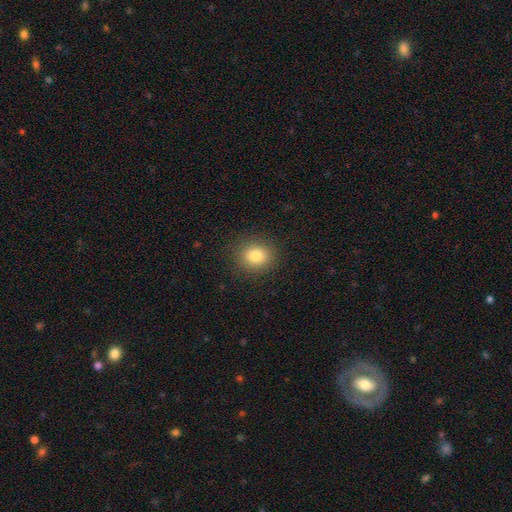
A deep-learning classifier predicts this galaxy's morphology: Smooth or featured?
  - smooth: 82% *
  - star or artifact: 11%
  - featured or disk: 7%
How rounded?
  - round: 76% *
  - in between: 23%
  - cigar-shaped: 1%
Merging?
  - none: 89% *
  - minor disturbance: 7%
  - major disturbance: 3%
  - merger: 1%